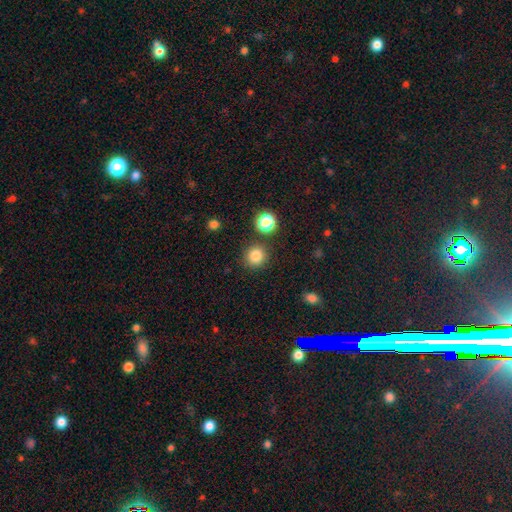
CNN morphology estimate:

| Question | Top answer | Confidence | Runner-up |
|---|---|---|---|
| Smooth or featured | smooth | 82% | star or artifact (13%) |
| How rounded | round | 92% | in between (7%) |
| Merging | none | 86% | minor disturbance (7%) |